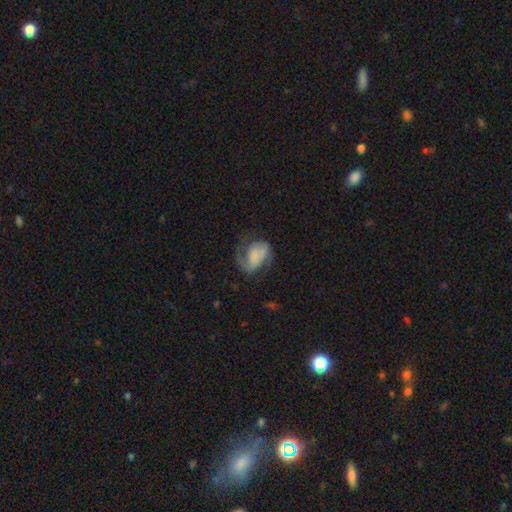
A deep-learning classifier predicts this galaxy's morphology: type=featured or disk (69%); edge-on=no (98%); bar=no (54%); spiral arms=yes (91%); winding=medium (46%); arm count=2 (80%); bulge=none (50%); merging=none (56%).